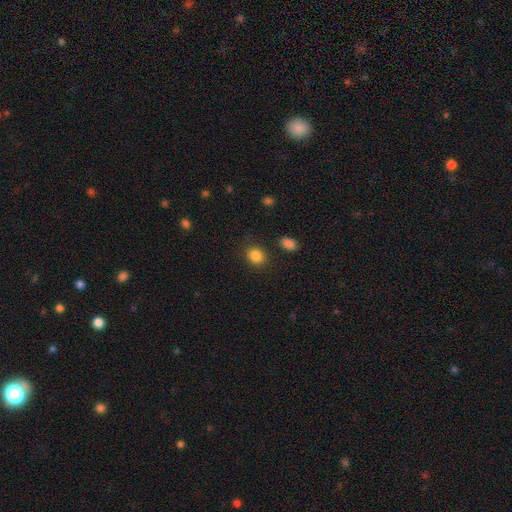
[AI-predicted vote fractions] Smooth or featured?
  - smooth: 86% *
  - star or artifact: 10%
  - featured or disk: 4%
How rounded?
  - round: 61% *
  - in between: 38%
  - cigar-shaped: 1%
Merging?
  - none: 85% *
  - minor disturbance: 9%
  - major disturbance: 3%
  - merger: 3%